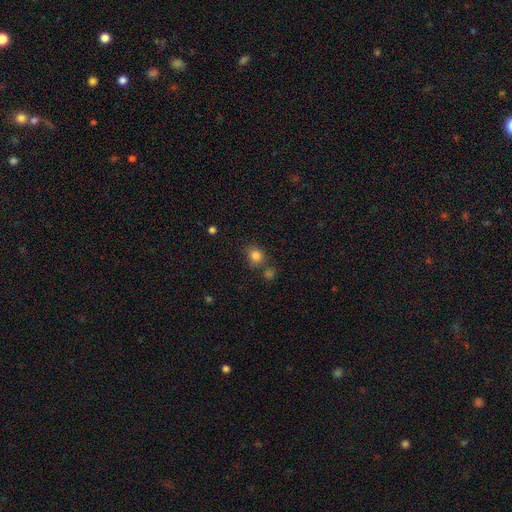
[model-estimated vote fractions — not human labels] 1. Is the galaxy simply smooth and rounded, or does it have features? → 82% smooth, 12% star or artifact, 6% featured or disk.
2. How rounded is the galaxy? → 76% round, 23% in between, 1% cigar-shaped.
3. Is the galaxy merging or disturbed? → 69% none, 13% merger, 13% minor disturbance, 4% major disturbance.